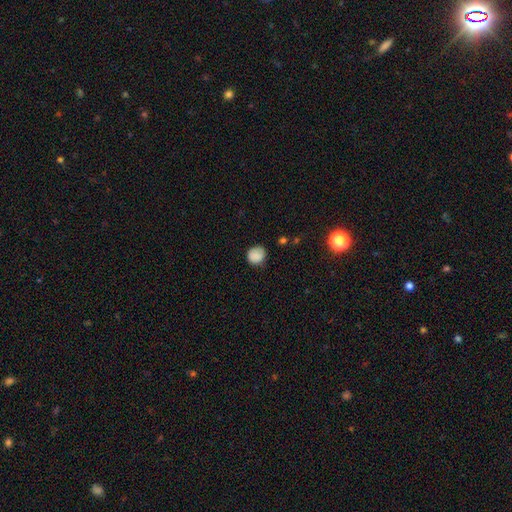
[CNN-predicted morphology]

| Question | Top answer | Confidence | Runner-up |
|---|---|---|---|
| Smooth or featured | smooth | 86% | star or artifact (9%) |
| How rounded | round | 84% | in between (15%) |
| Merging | none | 77% | minor disturbance (18%) |